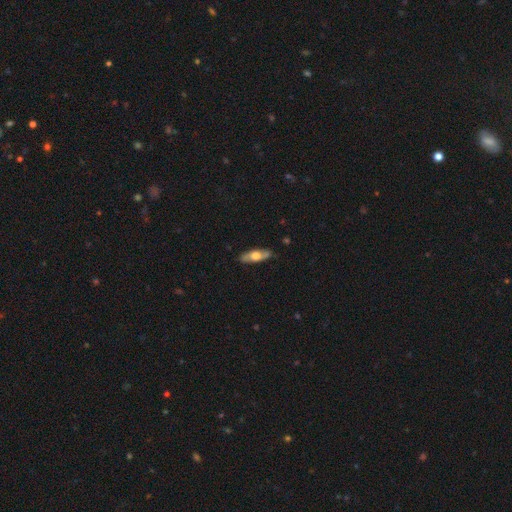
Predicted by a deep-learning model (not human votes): A smooth galaxy with no disk features (48%).

Vote fractions:
- Smooth or featured? smooth: 48% / featured or disk: 47% / star or artifact: 5%
- Merging? none: 85% / minor disturbance: 11% / major disturbance: 2% / merger: 1%